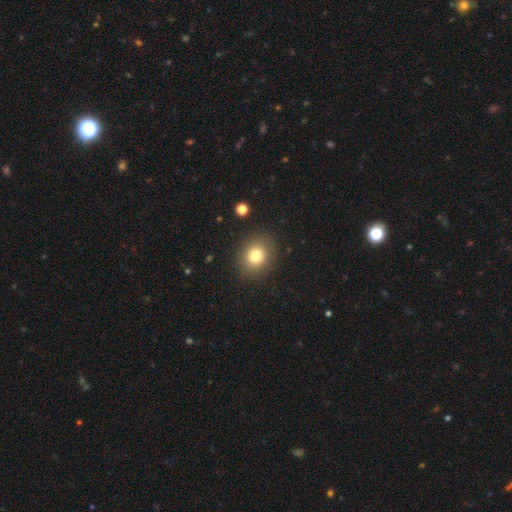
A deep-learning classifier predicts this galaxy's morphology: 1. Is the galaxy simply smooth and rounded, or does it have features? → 79% smooth, 12% star or artifact, 9% featured or disk.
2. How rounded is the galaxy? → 67% round, 32% in between, 1% cigar-shaped.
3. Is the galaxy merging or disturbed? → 88% none, 8% minor disturbance, 3% major disturbance, 1% merger.